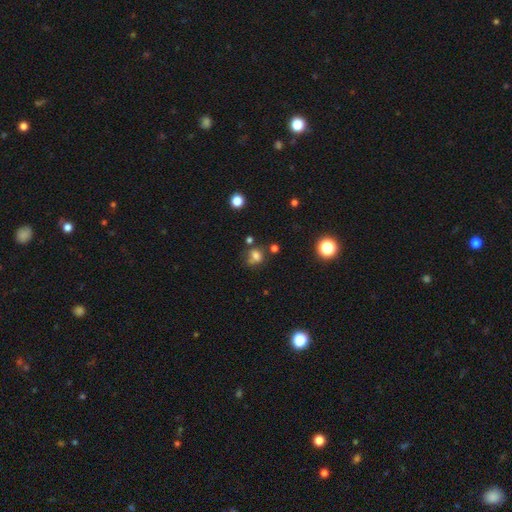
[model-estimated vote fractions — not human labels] Overall: smooth (68%). How rounded: round (65%; in between 34%). Merging: none (54%; minor disturbance 19%).